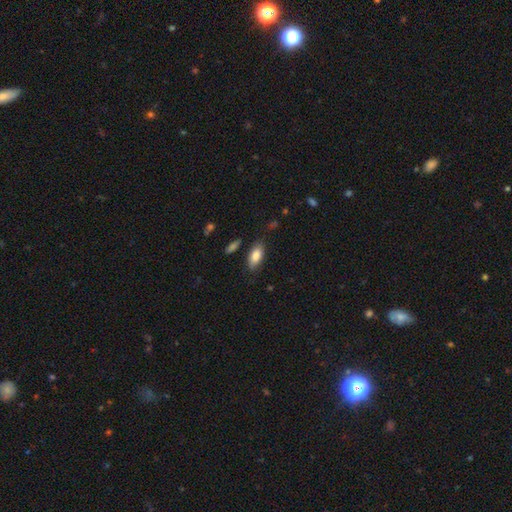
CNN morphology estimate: smooth_or_featured: smooth (p=0.84) [alt: featured or disk p=0.10]
how_rounded: in between (p=0.88) [alt: cigar-shaped p=0.10]
merging: none (p=0.80) [alt: minor disturbance p=0.15]